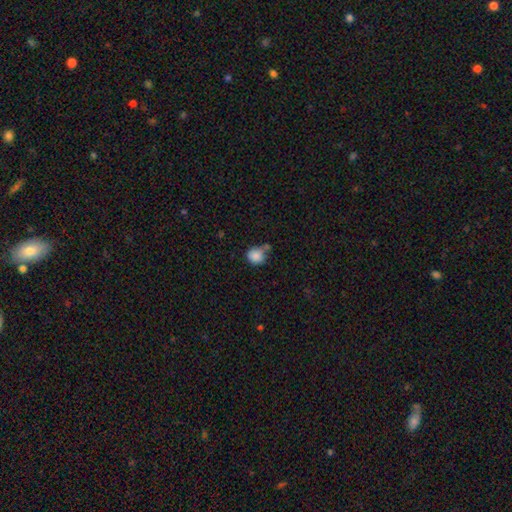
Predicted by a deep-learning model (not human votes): A smooth galaxy with no disk features (85%) that is round (80%).

Vote fractions:
- Smooth or featured? smooth: 85% / star or artifact: 9% / featured or disk: 5%
- How rounded? round: 80% / in between: 19% / cigar-shaped: 1%
- Merging? none: 58% / merger: 19% / minor disturbance: 18% / major disturbance: 5%